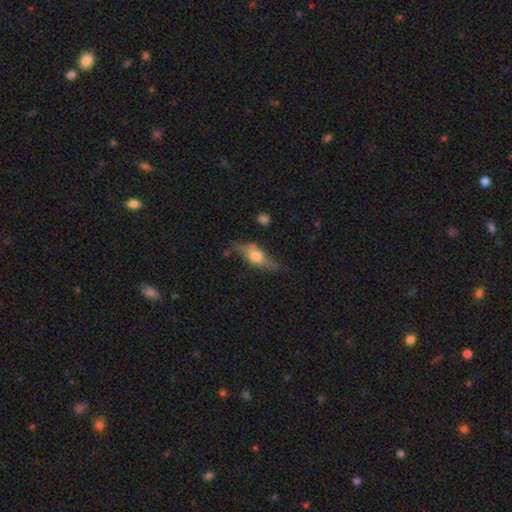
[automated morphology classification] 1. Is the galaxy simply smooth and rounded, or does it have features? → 52% smooth, 41% featured or disk, 7% star or artifact.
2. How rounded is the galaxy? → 61% in between, 34% cigar-shaped, 6% round.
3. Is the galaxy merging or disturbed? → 65% none, 23% minor disturbance, 8% major disturbance, 4% merger.